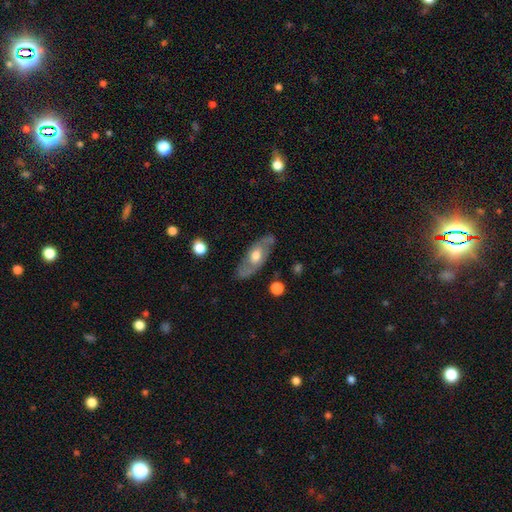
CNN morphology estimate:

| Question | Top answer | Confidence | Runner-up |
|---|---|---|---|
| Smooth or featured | featured or disk | 56% | smooth (39%) |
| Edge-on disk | no | 76% | yes (24%) |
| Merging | none | 76% | minor disturbance (17%) |